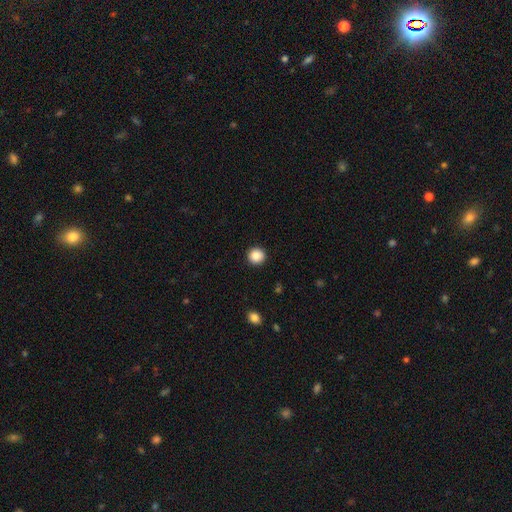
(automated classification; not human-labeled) A smooth galaxy with no disk features (86%) that is round (95%).

Vote fractions:
- Smooth or featured? smooth: 86% / star or artifact: 9% / featured or disk: 5%
- How rounded? round: 95% / in between: 4% / cigar-shaped: 1%
- Merging? none: 93% / minor disturbance: 5% / major disturbance: 2% / merger: 1%